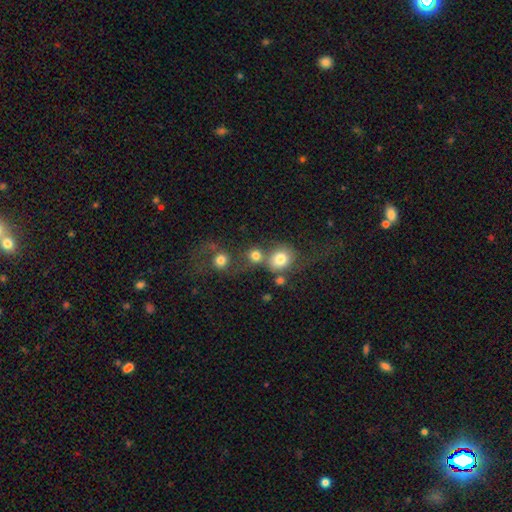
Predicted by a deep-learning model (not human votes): Q: Smooth or featured?
A: smooth (77%); runner-up: featured or disk (12%)
Q: How rounded?
A: round (81%); runner-up: in between (17%)
Q: Merging?
A: merger (44%); runner-up: none (39%)